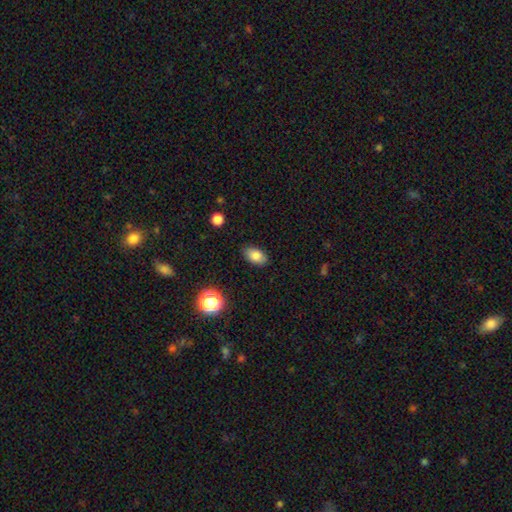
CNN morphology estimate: Smooth or featured?
  - smooth: 82% *
  - star or artifact: 9%
  - featured or disk: 9%
How rounded?
  - in between: 90% *
  - round: 8%
  - cigar-shaped: 2%
Merging?
  - none: 86% *
  - minor disturbance: 10%
  - major disturbance: 2%
  - merger: 1%